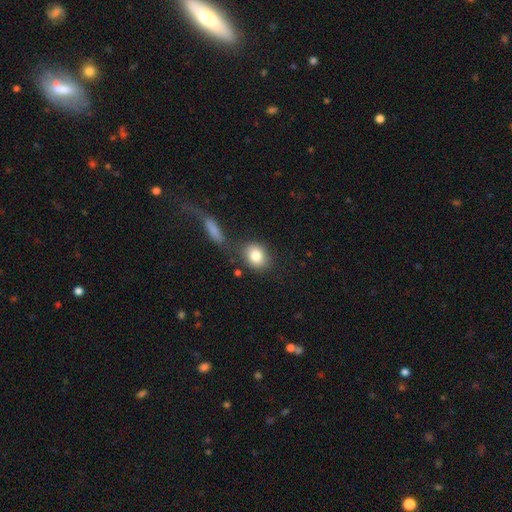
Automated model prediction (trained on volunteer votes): This is clearly a smooth galaxy (82%). How rounded: possibly round (53%). Merging: likely none (69%).